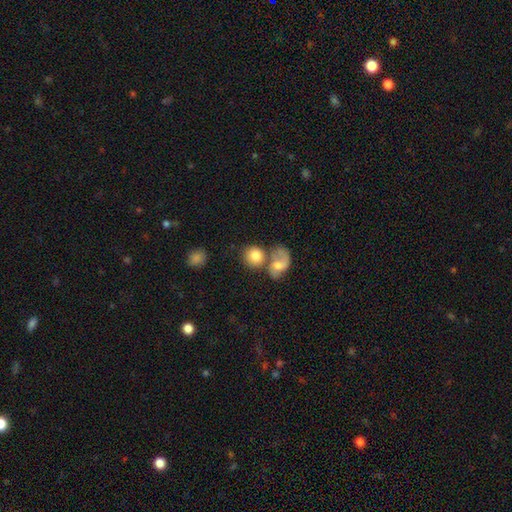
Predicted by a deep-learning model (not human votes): This is likely a smooth galaxy (79%). How rounded: likely round (76%). Merging: marginally none (43%).